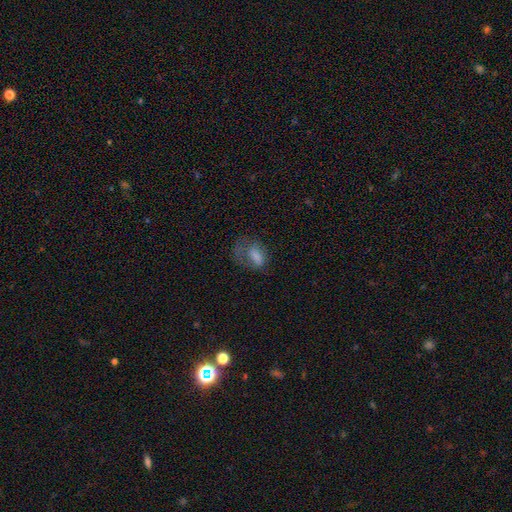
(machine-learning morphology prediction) smooth-or-featured: smooth: 56% | featured or disk: 28% | star or artifact: 16%
  how-rounded: in between: 80% | round: 15% | cigar-shaped: 5%
  merging: major disturbance: 40% | none: 35% | minor disturbance: 23% | merger: 3%